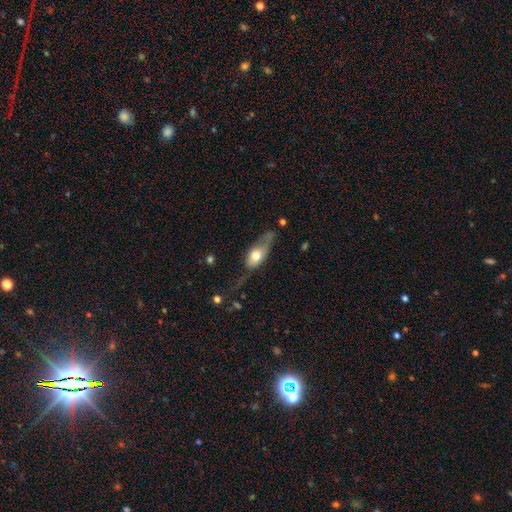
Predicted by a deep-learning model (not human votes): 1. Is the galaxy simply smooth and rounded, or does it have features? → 57% smooth, 36% featured or disk, 7% star or artifact.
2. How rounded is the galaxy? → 75% in between, 16% cigar-shaped, 10% round.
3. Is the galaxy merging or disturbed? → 33% major disturbance, 31% none, 30% minor disturbance, 6% merger.